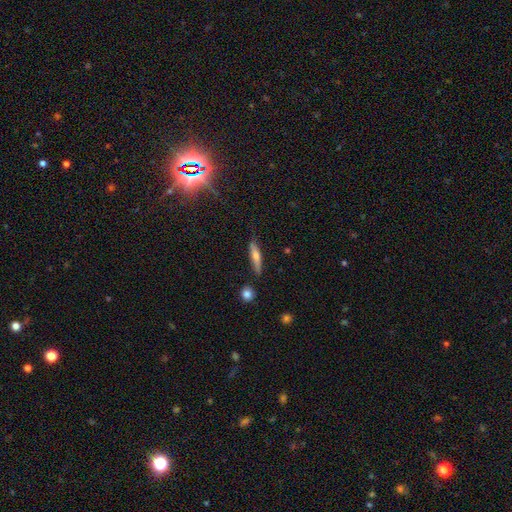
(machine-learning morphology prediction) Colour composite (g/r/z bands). It shows a smooth galaxy with no disk features (54%) that is cigar-shaped (81%). Merging: none (81%).